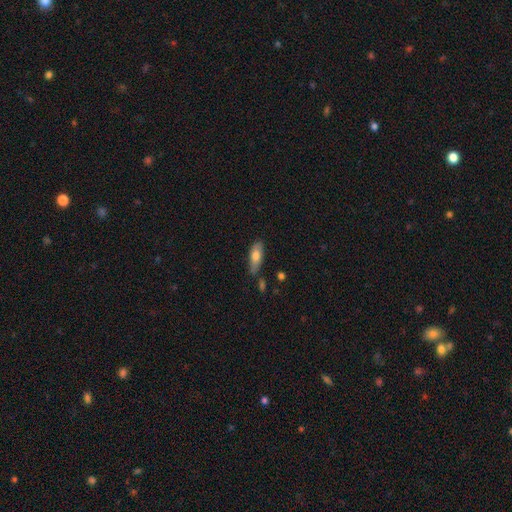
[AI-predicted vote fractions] smooth-or-featured: smooth: 72% | featured or disk: 21% | star or artifact: 6%
  how-rounded: in between: 70% | cigar-shaped: 27% | round: 3%
  merging: none: 62% | minor disturbance: 26% | merger: 7% | major disturbance: 6%